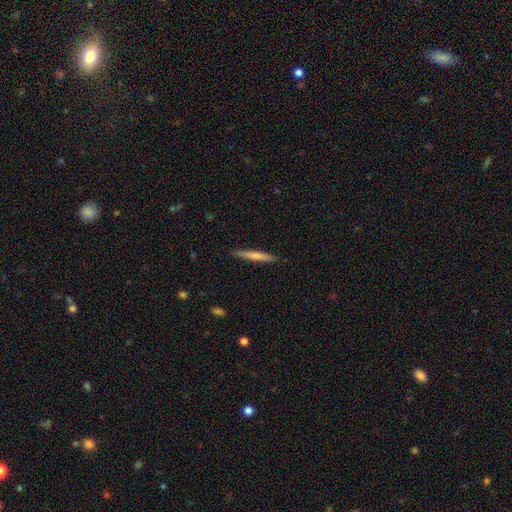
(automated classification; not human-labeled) smooth 64%, featured or disk 30%, star or artifact 5%. Down the decision tree: how rounded — cigar-shaped (96%); merging — none (90%).